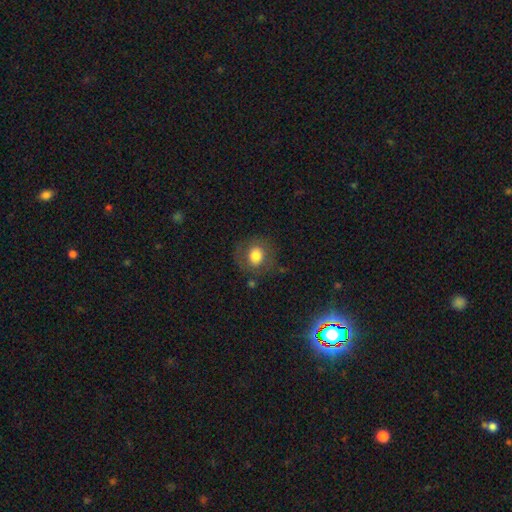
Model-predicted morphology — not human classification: Overall: smooth (74%). How rounded: round (77%). Merging: none (77%).